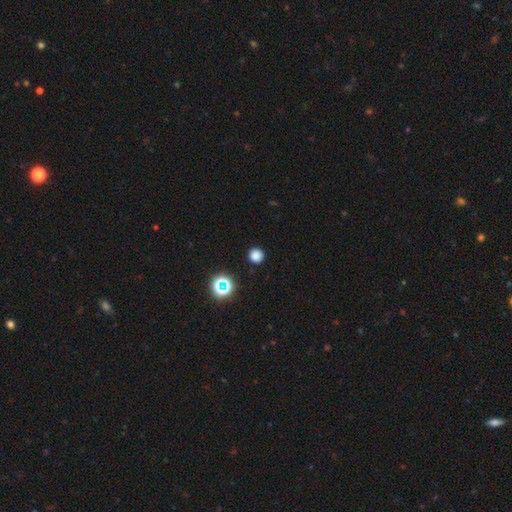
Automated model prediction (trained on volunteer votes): Smooth or featured: smooth — 78% (star or artifact — 18%)
How rounded: round — 95% (in between — 4%)
Merging: none — 91% (minor disturbance — 5%)